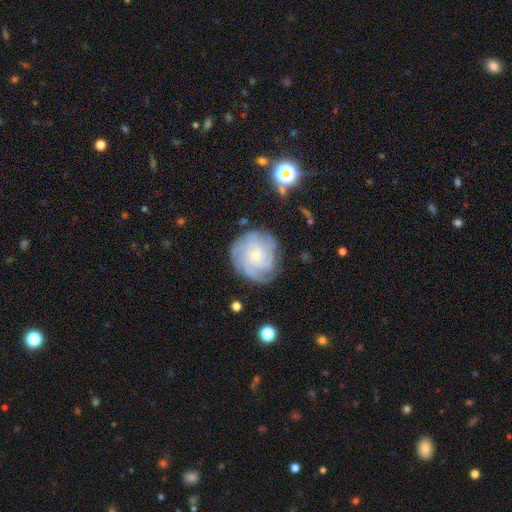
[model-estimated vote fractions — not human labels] The model was most divided on "spiral arm count": can't tell: 41%, 4: 20%, 3: 13%, more than 4: 12%, 2: 8%, 1: 6%. More confident: edge-on disk — no (98%); spiral arms — yes (92%); bar — no (78%); merging — none (75%); bulge size — small (72%); smooth or featured — featured or disk (71%); spiral winding — tight (66%).